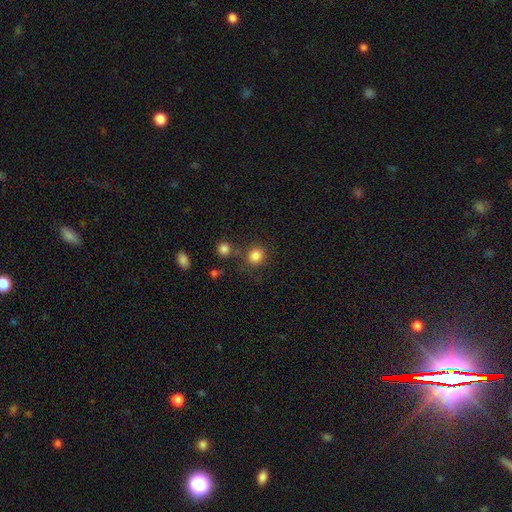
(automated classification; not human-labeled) Morphology: type=smooth (83%); roundness=round (83%); merging=none (76%).